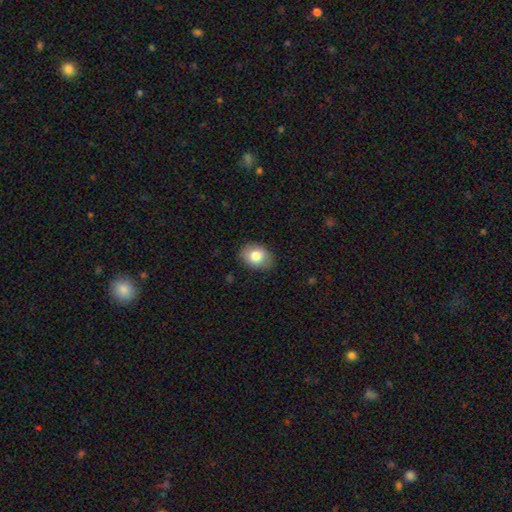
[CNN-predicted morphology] Smooth or featured? Predicted: smooth (p=0.81). How rounded? Predicted: in between (p=0.64). Merging? Predicted: none (p=0.82).